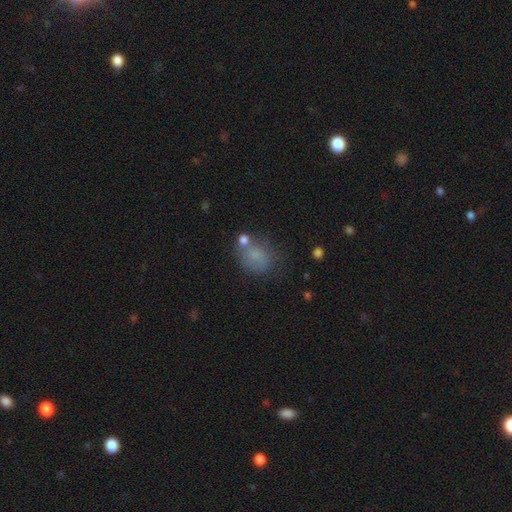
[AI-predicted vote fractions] This appears to be a smooth galaxy with no disk features (69%) that is in between round and cigar-shaped (49%, tied with round). Merging: none (49%).